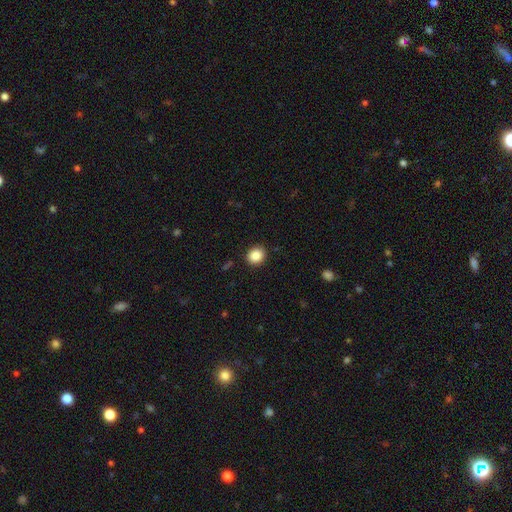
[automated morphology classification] A smooth galaxy with no disk features (86%) that is round (79%). Merging: none (91%).